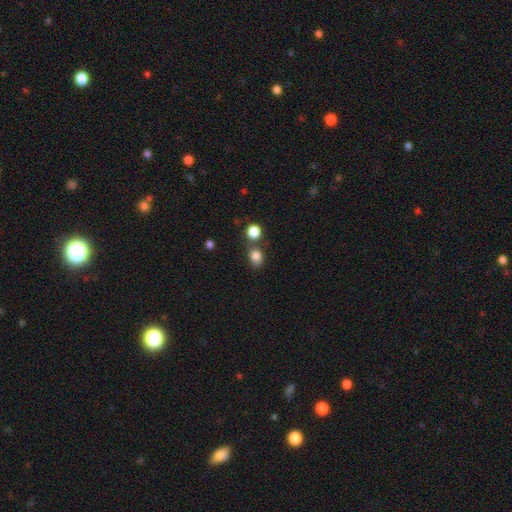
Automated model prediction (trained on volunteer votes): A smooth galaxy with no disk features (83%) that is round (53%). Merging: none (61%).